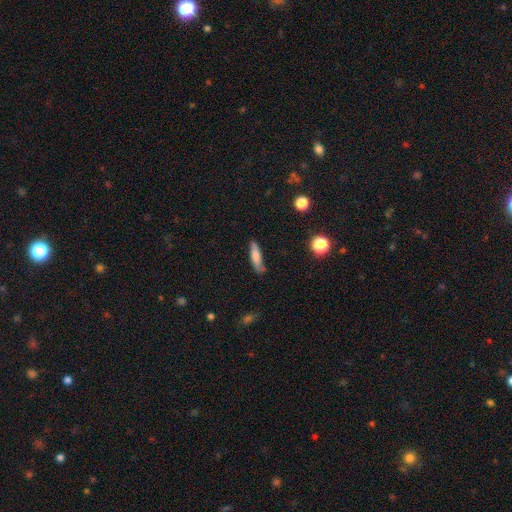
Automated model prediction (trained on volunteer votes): Q: Smooth or featured?
A: smooth (72%); runner-up: featured or disk (21%)
Q: How rounded?
A: cigar-shaped (74%); runner-up: in between (24%)
Q: Merging?
A: none (71%); runner-up: minor disturbance (22%)